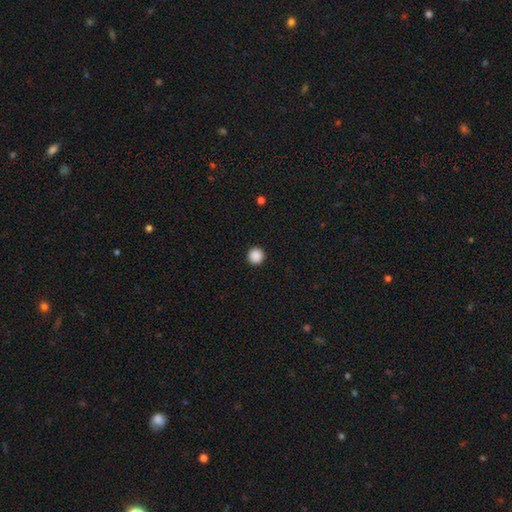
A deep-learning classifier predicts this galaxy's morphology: Q: Smooth or featured?
A: smooth (89%); runner-up: star or artifact (9%)
Q: How rounded?
A: round (96%); runner-up: in between (3%)
Q: Merging?
A: none (93%); runner-up: minor disturbance (4%)